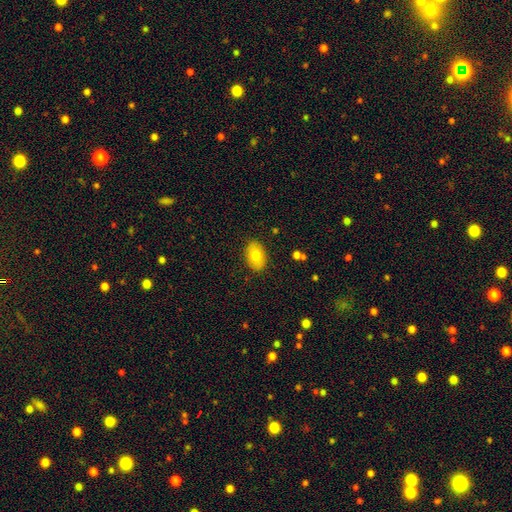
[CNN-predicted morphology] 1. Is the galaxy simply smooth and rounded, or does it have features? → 77% smooth, 15% featured or disk, 7% star or artifact.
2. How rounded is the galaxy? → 86% in between, 13% round, 1% cigar-shaped.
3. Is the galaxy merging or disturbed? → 87% none, 9% minor disturbance, 2% major disturbance, 1% merger.